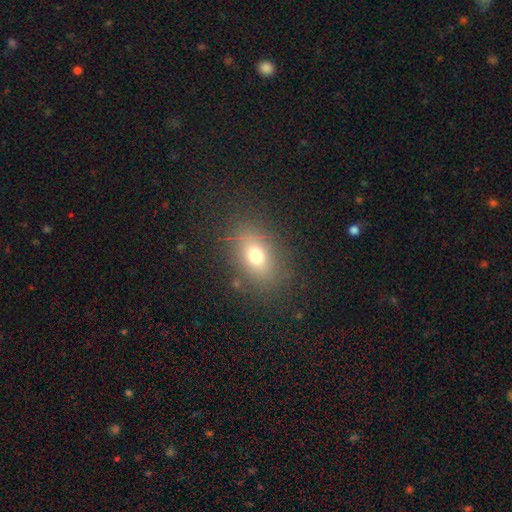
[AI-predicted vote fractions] This is likely a smooth galaxy (70%). How rounded: likely in between (66%). Merging: clearly none (82%).